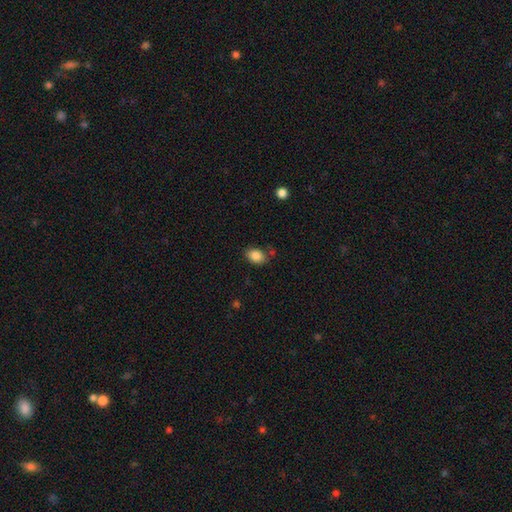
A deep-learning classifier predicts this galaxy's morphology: This appears to be a smooth galaxy with no disk features (86%) that is in between round and cigar-shaped (72%). Merging: none (73%).